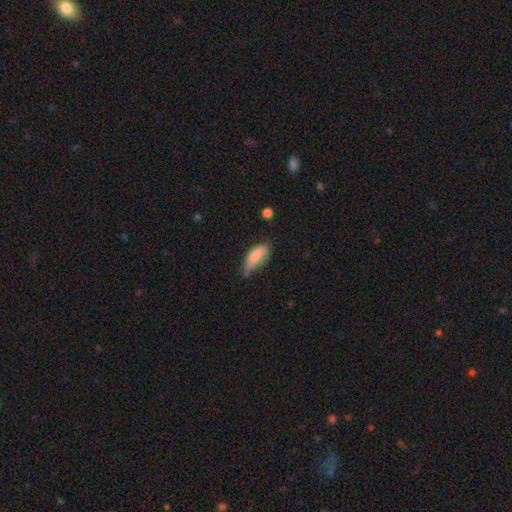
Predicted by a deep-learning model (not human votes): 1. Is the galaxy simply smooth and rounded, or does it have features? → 83% smooth, 10% featured or disk, 7% star or artifact.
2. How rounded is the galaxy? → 83% in between, 14% cigar-shaped, 2% round.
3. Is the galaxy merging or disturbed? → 45% minor disturbance, 39% none, 12% major disturbance, 5% merger.